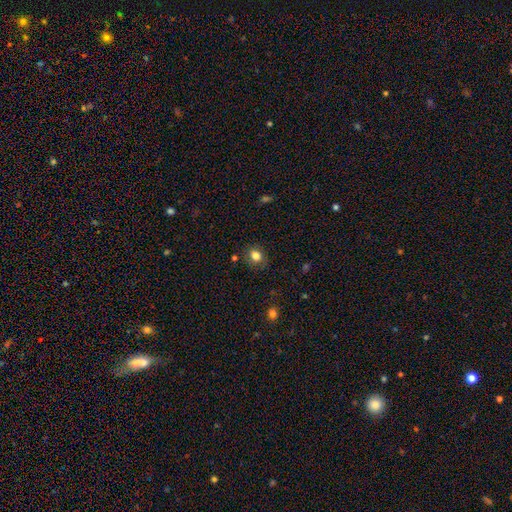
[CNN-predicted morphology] smooth 81%, star or artifact 11%, featured or disk 8%. Down the decision tree: how rounded — round (65%); merging — none (81%).